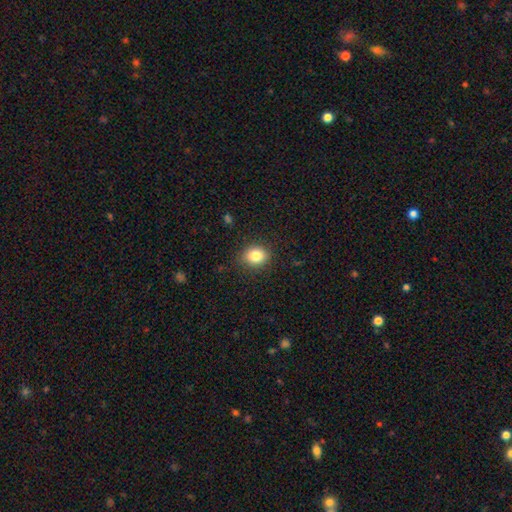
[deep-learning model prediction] Morphology: type=smooth (83%); roundness=round (63%); merging=none (86%).